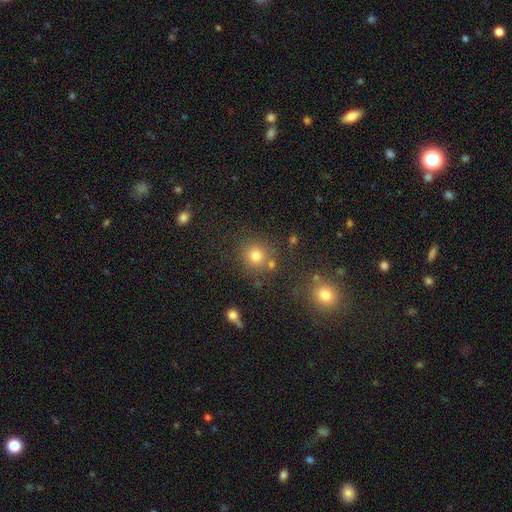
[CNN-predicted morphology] This is likely a smooth galaxy (77%). How rounded: clearly round (91%). Merging: likely none (77%).